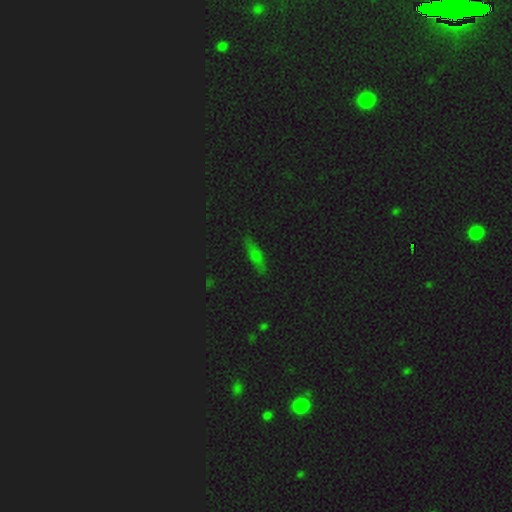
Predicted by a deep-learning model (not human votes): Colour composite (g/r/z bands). It shows a smooth galaxy with no disk features (59%) that is cigar-shaped (49%). Merging: none (84%).